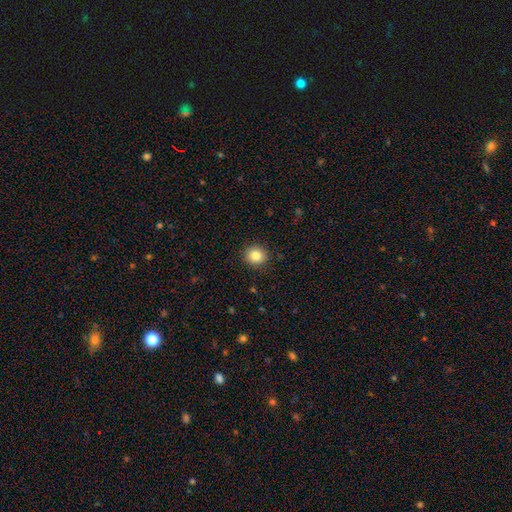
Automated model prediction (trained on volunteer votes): This is clearly a smooth galaxy (84%). How rounded: clearly round (85%). Merging: clearly none (91%).